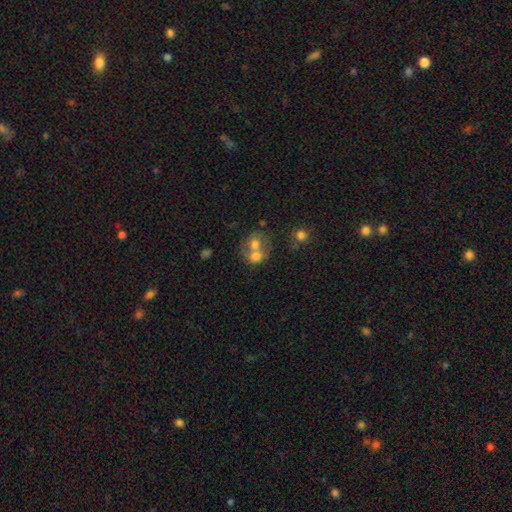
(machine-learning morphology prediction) This appears to be a smooth galaxy with no disk features (63%) that is round (62%). Merging: merger (68%).